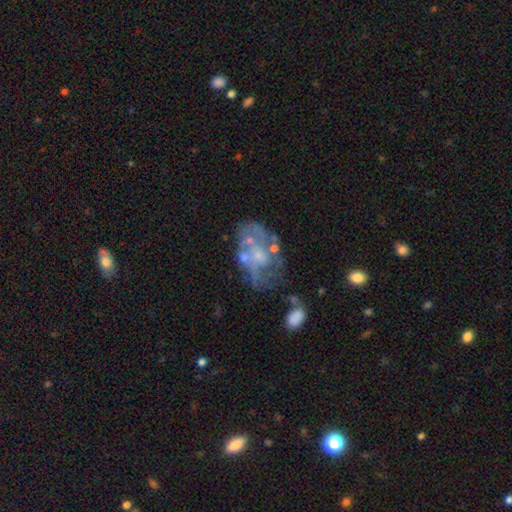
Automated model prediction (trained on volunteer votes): smooth_or_featured: featured or disk (p=0.70) [alt: smooth p=0.21]
disk_edge_on: no (p=0.97) [alt: yes p=0.03]
bar: no (p=0.82) [alt: weak p=0.15]
has_spiral_arms: no (p=0.59) [alt: yes p=0.41]
bulge_size: small (p=0.46) [alt: none p=0.28]
merging: none (p=0.40) [alt: major disturbance p=0.25]